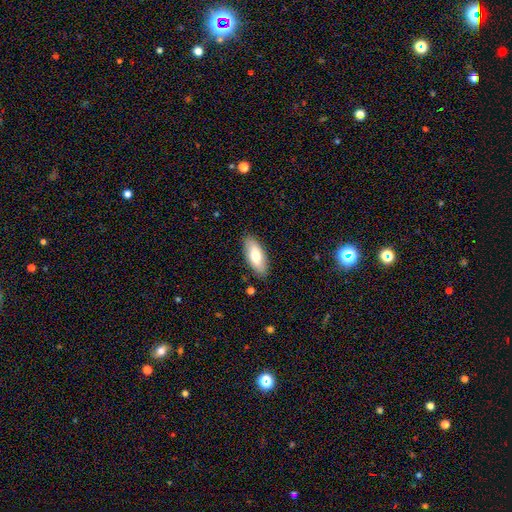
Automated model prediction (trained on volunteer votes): A smooth galaxy with no disk features (72%) that is in between round and cigar-shaped (80%). Merging: none (87%).